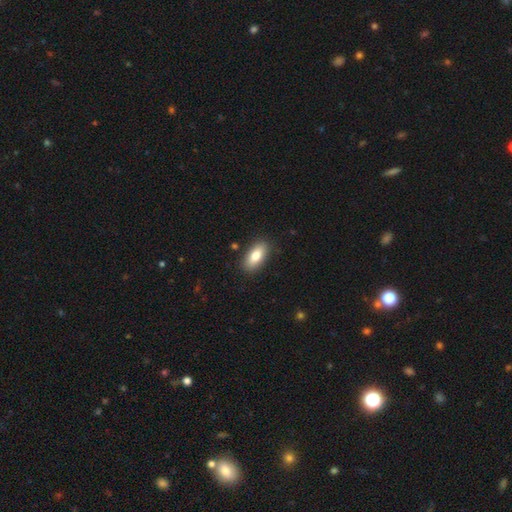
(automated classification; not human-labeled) This is likely a smooth galaxy (80%). How rounded: clearly in between (87%). Merging: clearly none (87%).